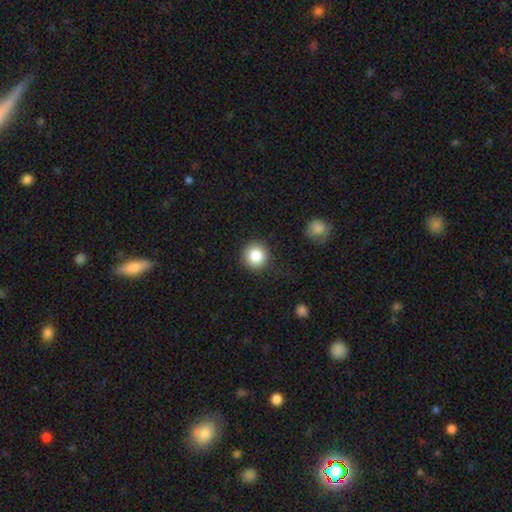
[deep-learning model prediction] Smooth or featured? smooth (84%)
How rounded? round (93%)
Merging? none (89%)